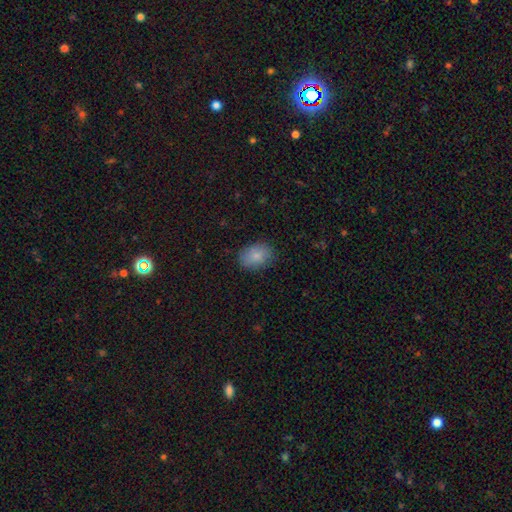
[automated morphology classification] Smooth or featured? smooth (84%)
How rounded? in between (74%)
Merging? none (83%)